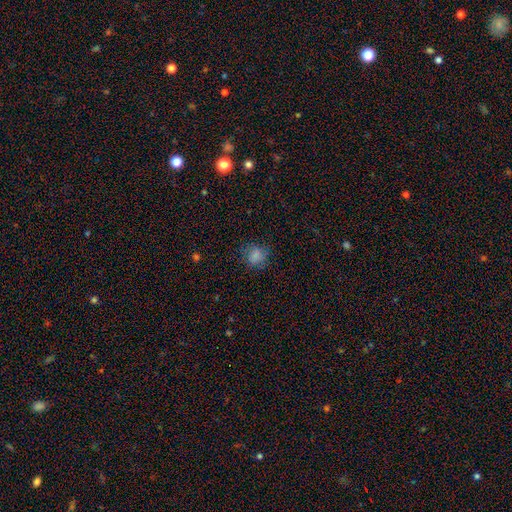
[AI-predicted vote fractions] This appears to be a smooth galaxy with no disk features (77%) that is round (71%). Merging: none (73%).